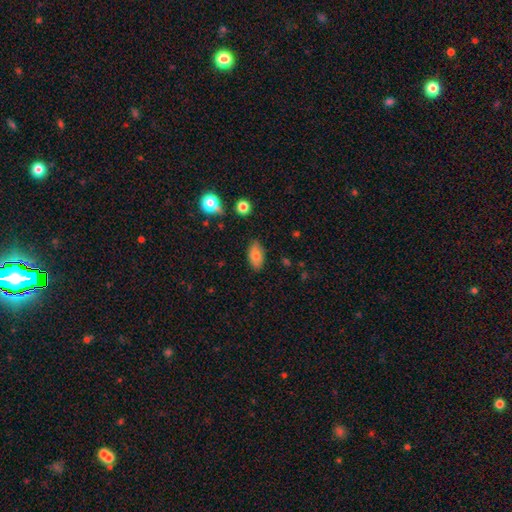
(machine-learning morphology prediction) A smooth galaxy with no disk features (79%) that is in between round and cigar-shaped (92%).

Vote fractions:
- Smooth or featured? smooth: 79% / featured or disk: 12% / star or artifact: 8%
- How rounded? in between: 92% / round: 5% / cigar-shaped: 3%
- Merging? none: 82% / minor disturbance: 13% / major disturbance: 3% / merger: 2%